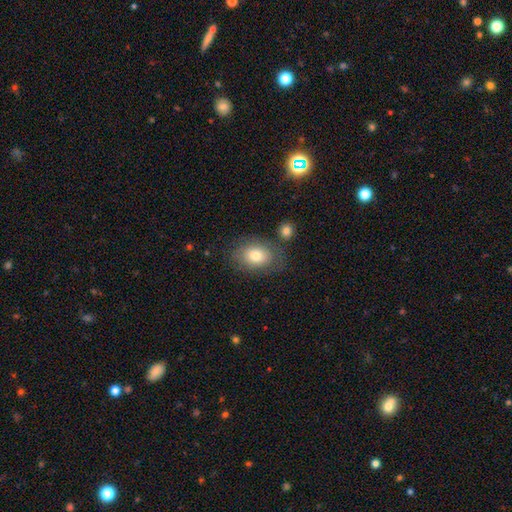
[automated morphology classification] Q: Smooth or featured?
A: smooth (78%); runner-up: featured or disk (14%)
Q: How rounded?
A: in between (75%); runner-up: round (24%)
Q: Merging?
A: none (70%); runner-up: minor disturbance (17%)